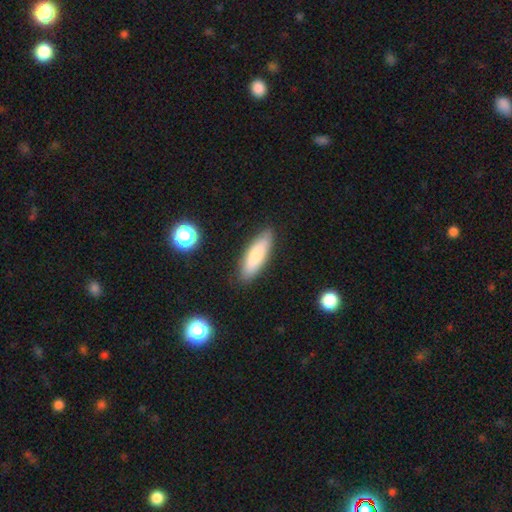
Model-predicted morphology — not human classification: This appears to be a smooth galaxy with no disk features (80%) that is in between round and cigar-shaped (49%, tied with cigar-shaped). Merging: none (86%).